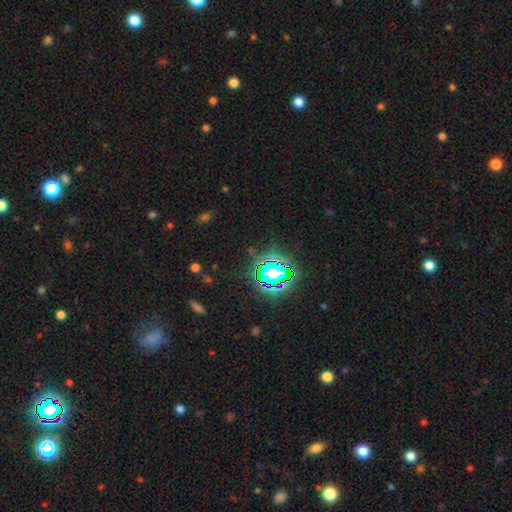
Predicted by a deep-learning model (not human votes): Smooth or featured? Predicted: star or artifact (p=0.79).